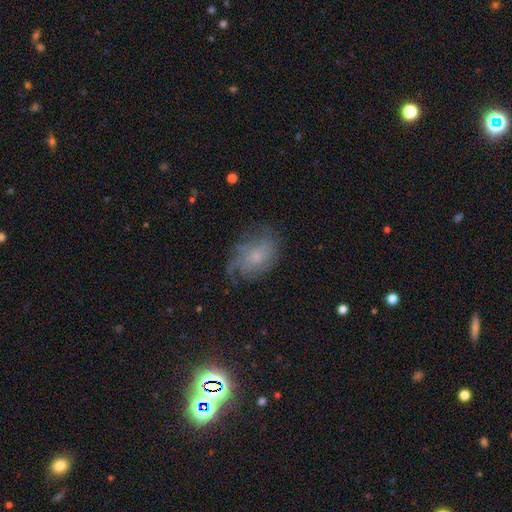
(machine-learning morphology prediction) The model was most divided on "smooth or featured": featured or disk: 55%, smooth: 31%, star or artifact: 13%. More confident: edge-on disk — no (96%); bar — no (77%); spiral arms — yes (77%); bulge size — small (59%); merging — none (56%).